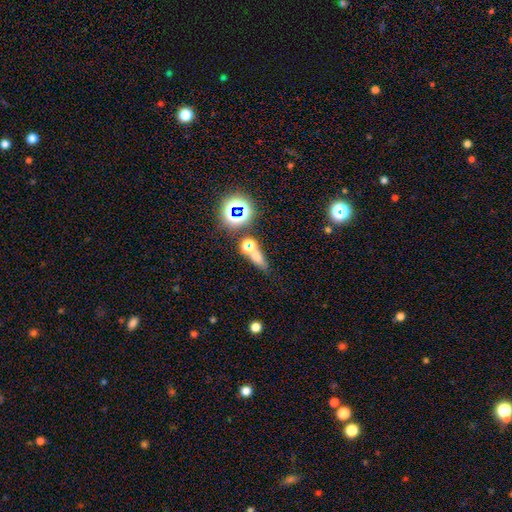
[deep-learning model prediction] This is possibly a smooth galaxy (59%). How rounded: possibly in between (51%). Merging: possibly none (58%).